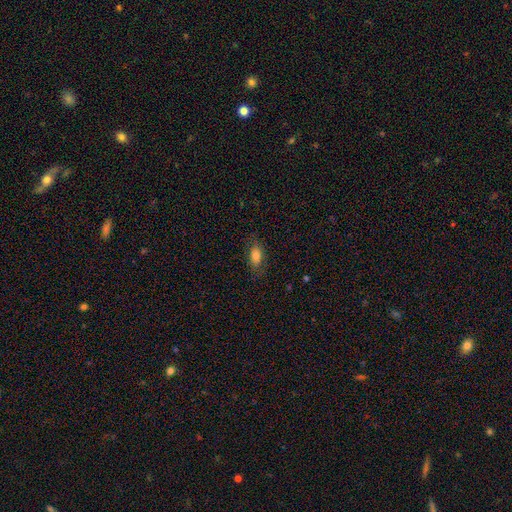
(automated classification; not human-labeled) This is likely a smooth galaxy (75%). How rounded: clearly in between (84%). Merging: likely none (80%).